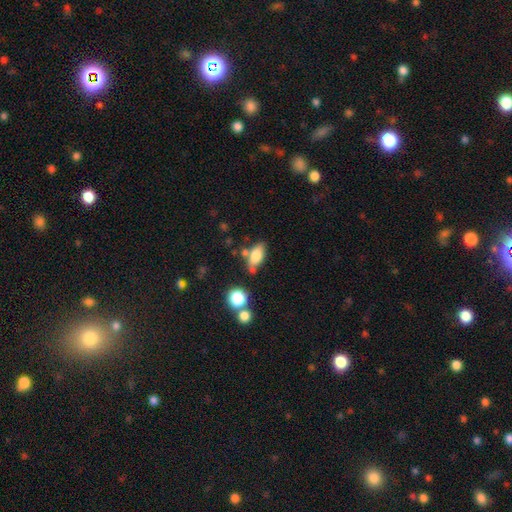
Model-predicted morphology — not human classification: smooth_or_featured: smooth (p=0.74) [alt: featured or disk p=0.17]
how_rounded: in between (p=0.81) [alt: cigar-shaped p=0.13]
merging: none (p=0.59) [alt: minor disturbance p=0.19]